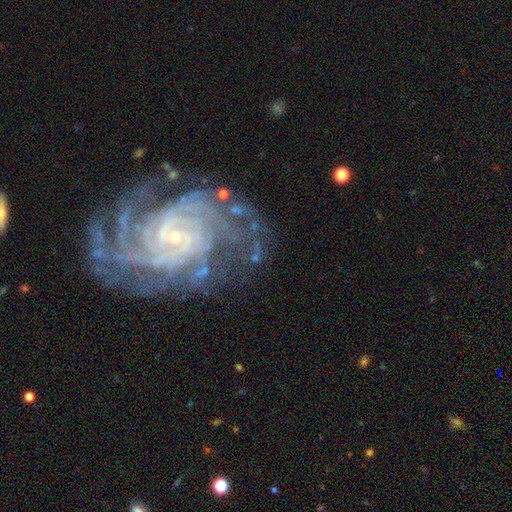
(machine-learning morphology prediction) smooth_or_featured: featured or disk (p=0.86) [alt: star or artifact p=0.08]
disk_edge_on: no (p=0.97) [alt: yes p=0.03]
bar: no (p=0.53) [alt: weak p=0.32]
has_spiral_arms: yes (p=0.95) [alt: no p=0.05]
spiral_winding: tight (p=0.69) [alt: medium p=0.25]
spiral_arm_count: can't tell (p=0.27) [alt: 2 p=0.20]
bulge_size: small (p=0.79) [alt: moderate p=0.15]
merging: none (p=0.55) [alt: minor disturbance p=0.21]